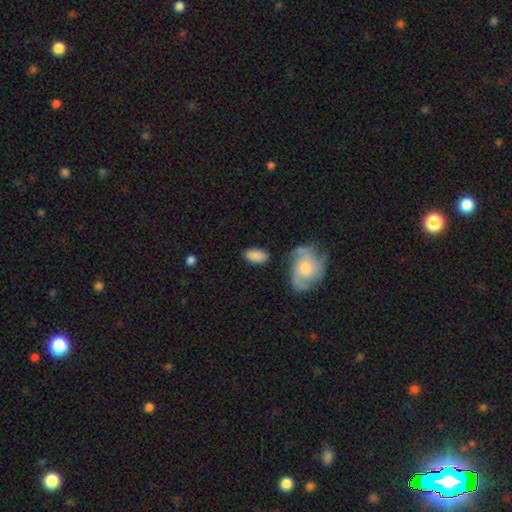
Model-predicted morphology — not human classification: smooth_or_featured: smooth (p=0.84) [alt: featured or disk p=0.10]
how_rounded: in between (p=0.93) [alt: round p=0.05]
merging: none (p=0.72) [alt: minor disturbance p=0.16]